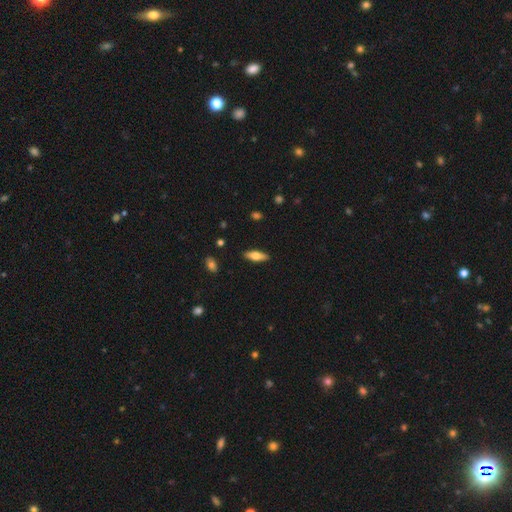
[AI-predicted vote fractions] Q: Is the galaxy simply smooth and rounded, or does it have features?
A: smooth — 54%.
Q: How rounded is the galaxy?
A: in between — 53%.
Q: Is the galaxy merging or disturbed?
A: none — 89%.